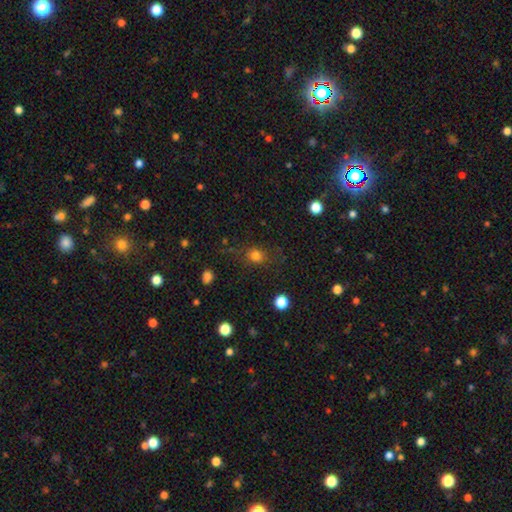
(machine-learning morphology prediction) Smooth or featured?
  - smooth: 77% *
  - star or artifact: 15%
  - featured or disk: 8%
How rounded?
  - round: 72% *
  - in between: 27%
  - cigar-shaped: 2%
Merging?
  - none: 75% *
  - minor disturbance: 15%
  - major disturbance: 8%
  - merger: 2%